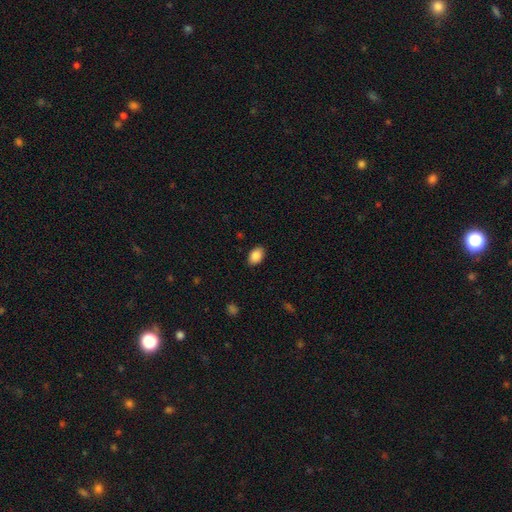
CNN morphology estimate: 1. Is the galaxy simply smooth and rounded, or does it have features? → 88% smooth, 7% star or artifact, 5% featured or disk.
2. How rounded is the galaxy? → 88% in between, 11% round, 1% cigar-shaped.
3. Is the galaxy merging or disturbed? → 88% none, 9% minor disturbance, 2% major disturbance, 1% merger.